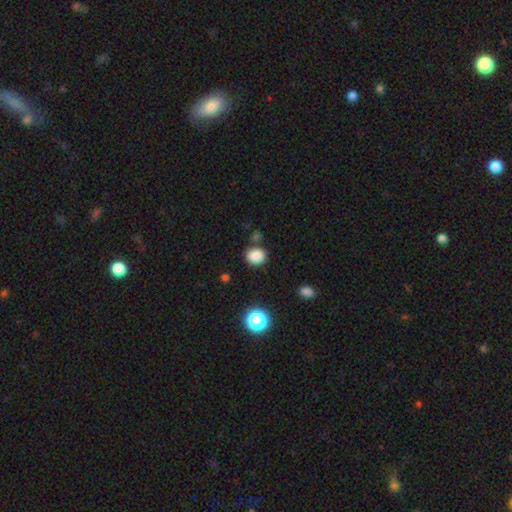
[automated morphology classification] type=smooth (85%); roundness=round (59%); merging=none (79%).